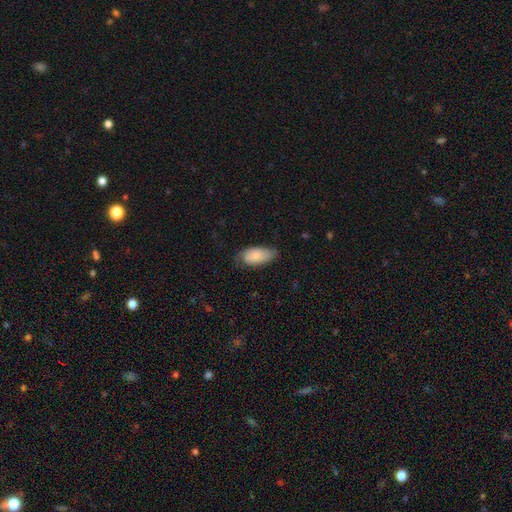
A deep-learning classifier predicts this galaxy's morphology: Smooth or featured: smooth — 78% (featured or disk — 16%)
How rounded: in between — 92% (cigar-shaped — 5%)
Merging: none — 60% (minor disturbance — 32%)